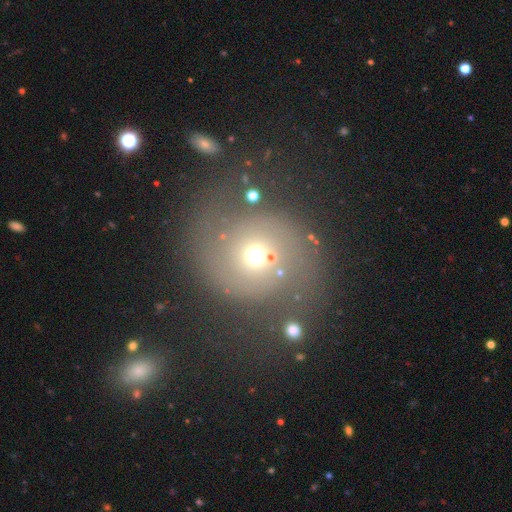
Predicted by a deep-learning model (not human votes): smooth-or-featured: smooth: 49% | featured or disk: 34% | star or artifact: 18%
  merging: none: 59% | major disturbance: 16% | minor disturbance: 16% | merger: 9%